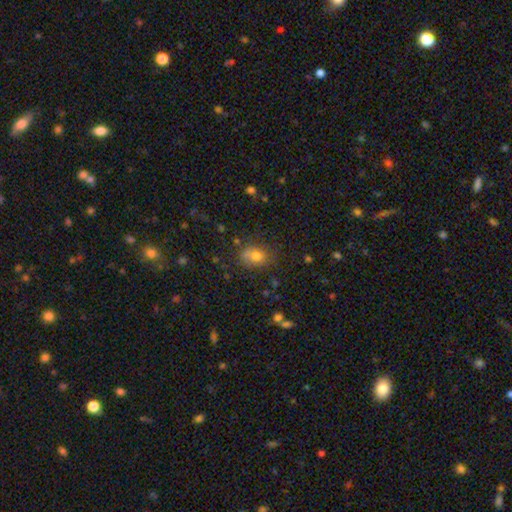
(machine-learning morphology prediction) Q: Smooth or featured?
A: smooth (75%); runner-up: star or artifact (14%)
Q: How rounded?
A: in between (63%); runner-up: round (36%)
Q: Merging?
A: none (68%); runner-up: minor disturbance (20%)